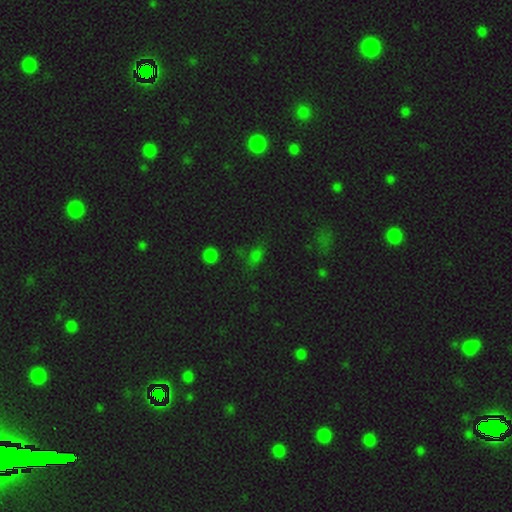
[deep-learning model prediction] A smooth galaxy with no disk features (57%) that is in between round and cigar-shaped (69%).

Vote fractions:
- Smooth or featured? smooth: 57% / star or artifact: 35% / featured or disk: 8%
- How rounded? in between: 69% / round: 24% / cigar-shaped: 8%
- Merging? none: 62% / minor disturbance: 20% / major disturbance: 11% / merger: 6%